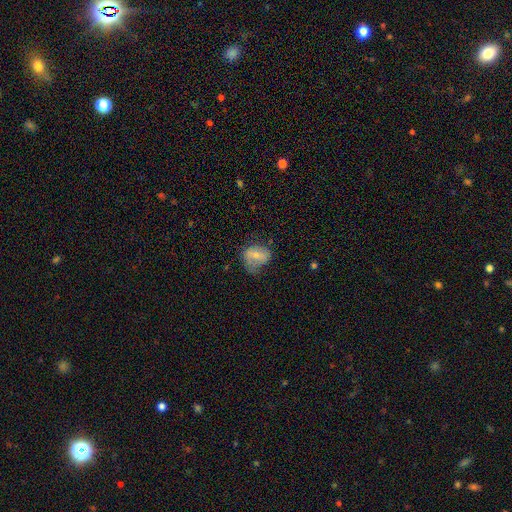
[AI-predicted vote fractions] Smooth or featured? Predicted: smooth (p=0.65). How rounded? Predicted: in between (p=0.64). Merging? Predicted: none (p=0.41).